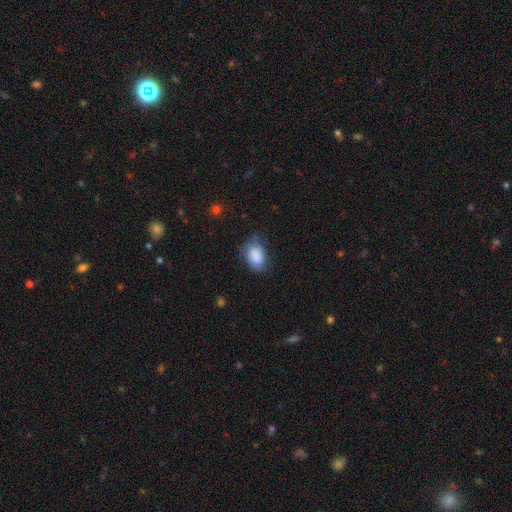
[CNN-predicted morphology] smooth_or_featured: smooth (p=0.81) [alt: featured or disk p=0.12]
how_rounded: in between (p=0.82) [alt: round p=0.17]
merging: none (p=0.57) [alt: minor disturbance p=0.31]